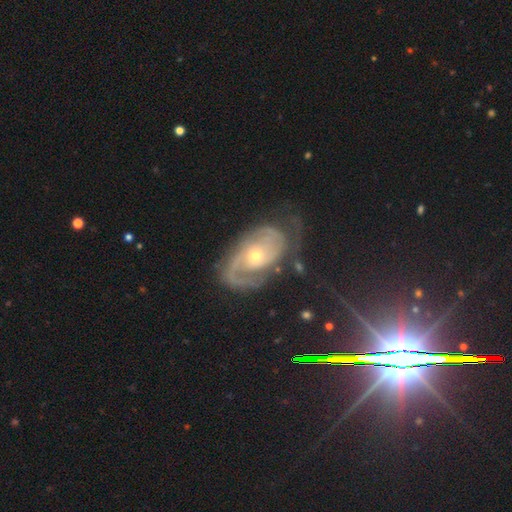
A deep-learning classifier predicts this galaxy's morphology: Smooth or featured: featured or disk — 86% (star or artifact — 8%)
Edge-on disk: no — 96% (yes — 4%)
Bar: no — 70% (weak — 23%)
Spiral arms: yes — 96% (no — 4%)
Spiral winding: tight — 56% (medium — 35%)
Spiral arm count: 2 — 61% (can't tell — 16%)
Bulge size: small — 52% (moderate — 44%)
Merging: none — 67% (minor disturbance — 21%)